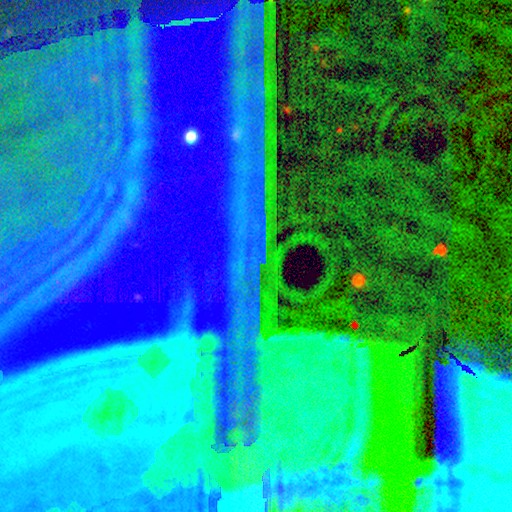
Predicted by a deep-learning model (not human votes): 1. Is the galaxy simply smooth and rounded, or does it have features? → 85% star or artifact, 9% featured or disk, 6% smooth.